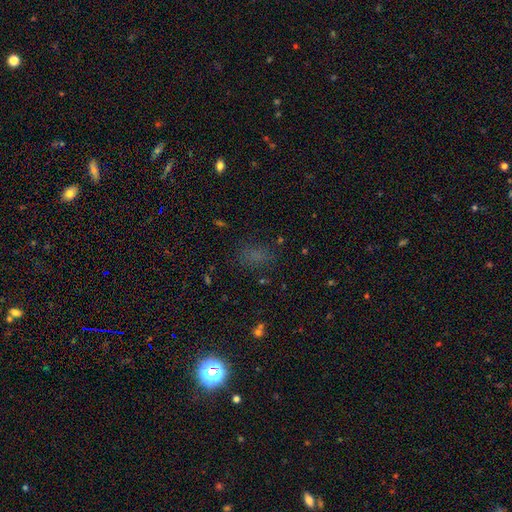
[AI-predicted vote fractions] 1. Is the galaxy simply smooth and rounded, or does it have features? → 60% smooth, 32% star or artifact, 8% featured or disk.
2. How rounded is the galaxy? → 71% in between, 26% round, 4% cigar-shaped.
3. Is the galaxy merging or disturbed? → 76% none, 14% minor disturbance, 7% major disturbance, 2% merger.